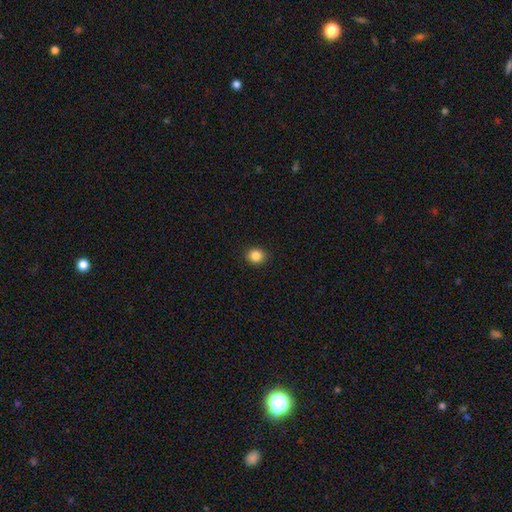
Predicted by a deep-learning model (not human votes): Overall: smooth (86%). How rounded: round (80%). Merging: none (91%).